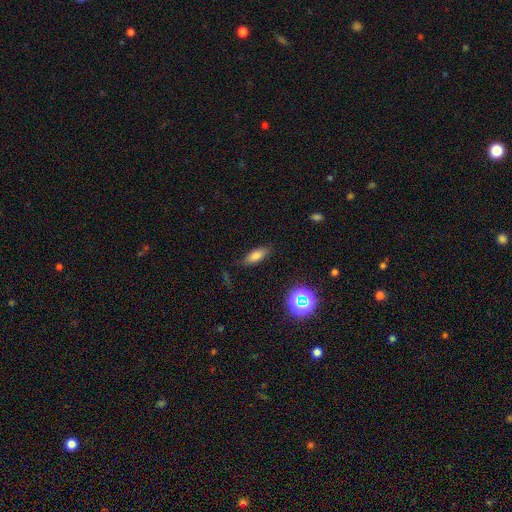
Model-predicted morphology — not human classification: Q: Smooth or featured?
A: smooth (75%); runner-up: star or artifact (13%)
Q: How rounded?
A: in between (75%); runner-up: cigar-shaped (21%)
Q: Merging?
A: none (79%); runner-up: minor disturbance (15%)